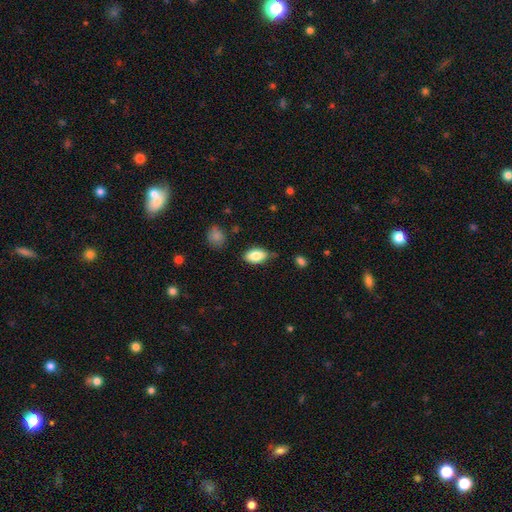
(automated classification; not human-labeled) A smooth galaxy with no disk features (83%) that is in between round and cigar-shaped (91%). Merging: none (68%).